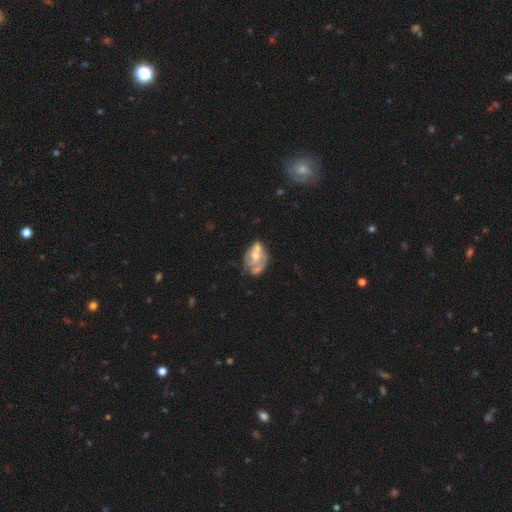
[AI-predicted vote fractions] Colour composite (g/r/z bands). It shows a featured or disk galaxy (61%) with no bar (79%), no spiral arms (67%) and a moderate central bulge (66%). Merging: none (33%).